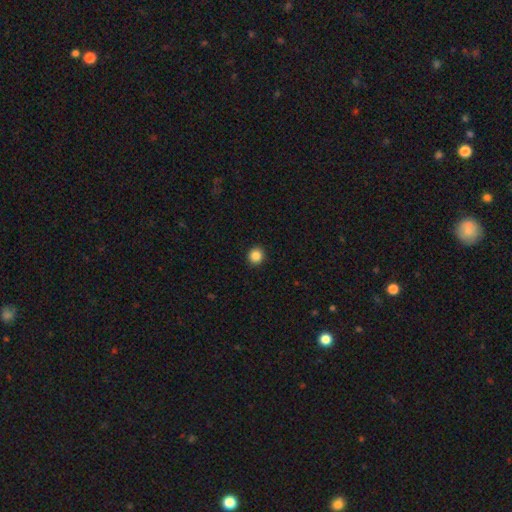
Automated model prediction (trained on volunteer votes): smooth 86%, star or artifact 10%, featured or disk 4%. Down the decision tree: how rounded — round (91%); merging — none (93%).